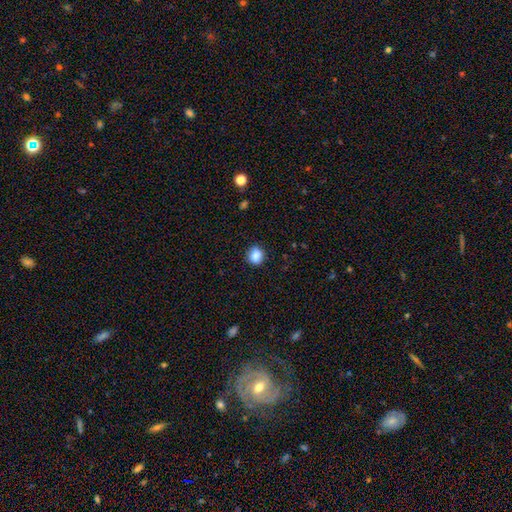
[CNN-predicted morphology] Overall: smooth (85%). How rounded: round (69%; in between 30%). Merging: none (85%).